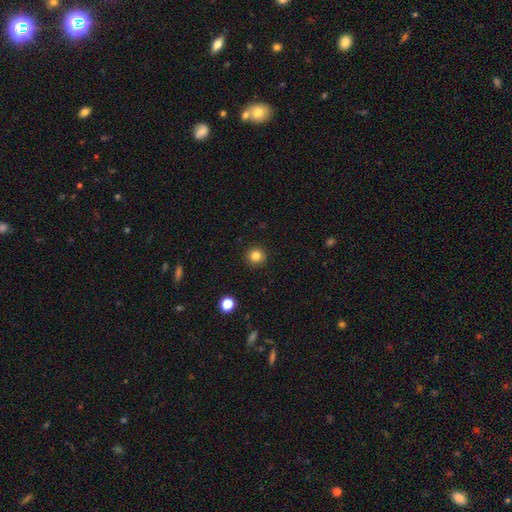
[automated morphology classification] Smooth or featured? Predicted: smooth (p=0.83). How rounded? Predicted: round (p=0.94). Merging? Predicted: none (p=0.92).